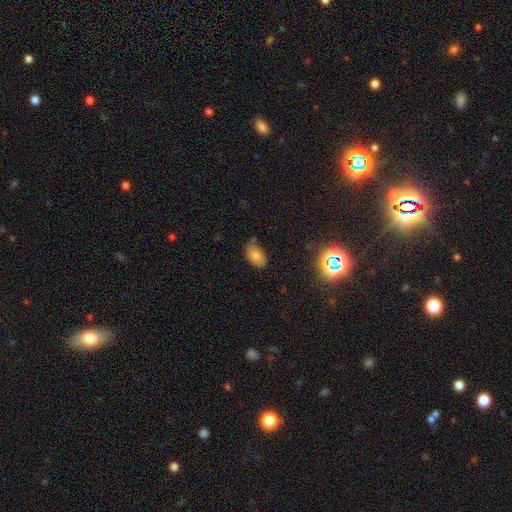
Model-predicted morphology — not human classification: This is likely a smooth galaxy (74%). How rounded: clearly in between (91%). Merging: likely none (77%).